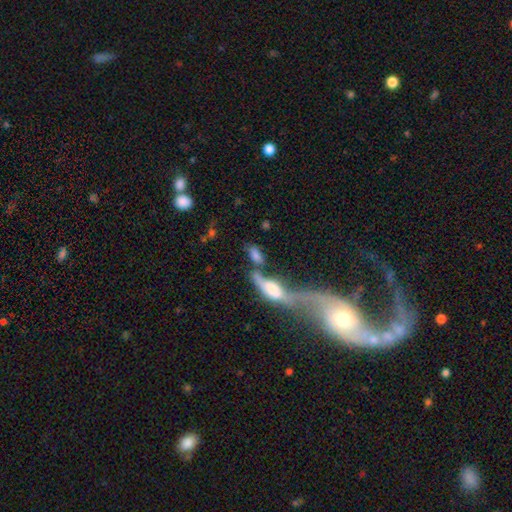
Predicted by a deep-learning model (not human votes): smooth-or-featured: smooth: 63% | featured or disk: 27% | star or artifact: 10%
  how-rounded: in between: 74% | cigar-shaped: 21% | round: 5%
  merging: merger: 49% | none: 29% | minor disturbance: 12% | major disturbance: 10%